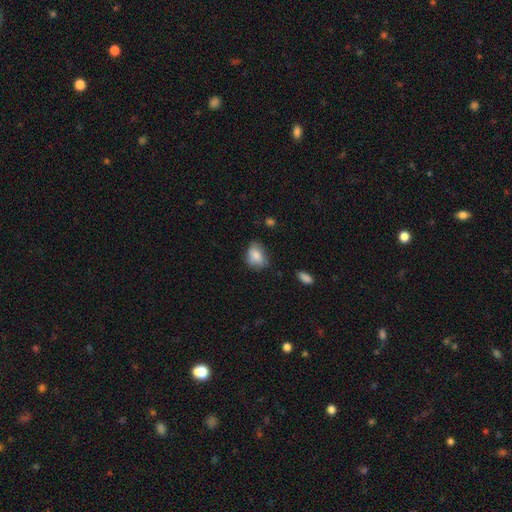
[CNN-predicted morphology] smooth-or-featured: smooth: 80% | featured or disk: 12% | star or artifact: 8%
  how-rounded: in between: 72% | round: 27% | cigar-shaped: 2%
  merging: none: 57% | minor disturbance: 32% | major disturbance: 8% | merger: 3%